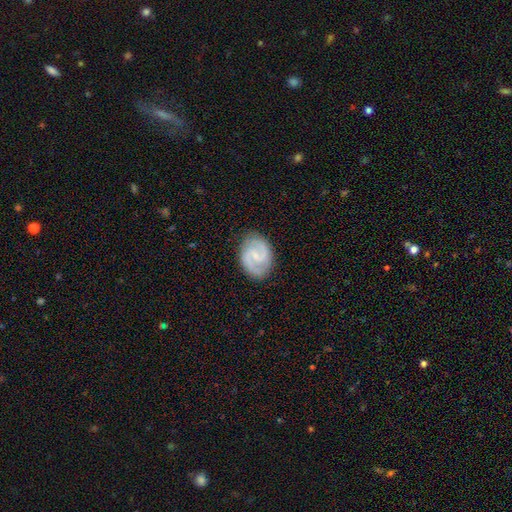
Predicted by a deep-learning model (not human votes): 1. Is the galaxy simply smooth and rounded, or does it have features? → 85% featured or disk, 11% smooth, 4% star or artifact.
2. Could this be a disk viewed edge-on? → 98% no, 2% yes.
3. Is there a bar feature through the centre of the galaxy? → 52% weak, 36% no, 12% strong.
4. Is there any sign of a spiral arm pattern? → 96% yes, 4% no.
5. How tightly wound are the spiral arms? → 56% medium, 29% tight, 15% loose.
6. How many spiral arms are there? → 92% 2, 3% can't tell, 2% 3, 1% 1, 1% 4, 1% more than 4.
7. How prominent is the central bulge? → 73% small, 20% moderate, 6% none, 1% large, 1% dominant.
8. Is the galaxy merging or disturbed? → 85% none, 11% minor disturbance, 3% major disturbance, 1% merger.